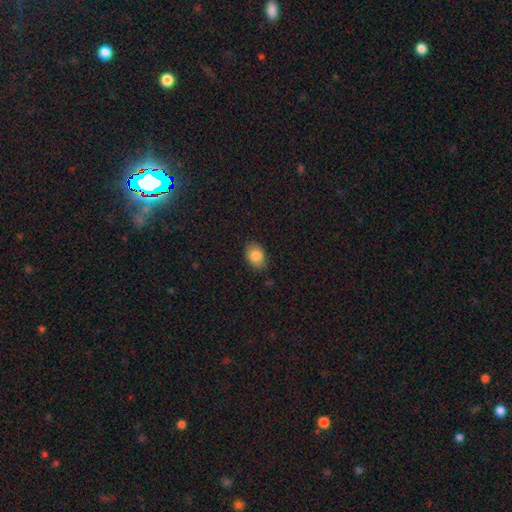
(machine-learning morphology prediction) smooth_or_featured: smooth (p=0.84) [alt: star or artifact p=0.08]
how_rounded: in between (p=0.79) [alt: round p=0.20]
merging: none (p=0.83) [alt: minor disturbance p=0.14]